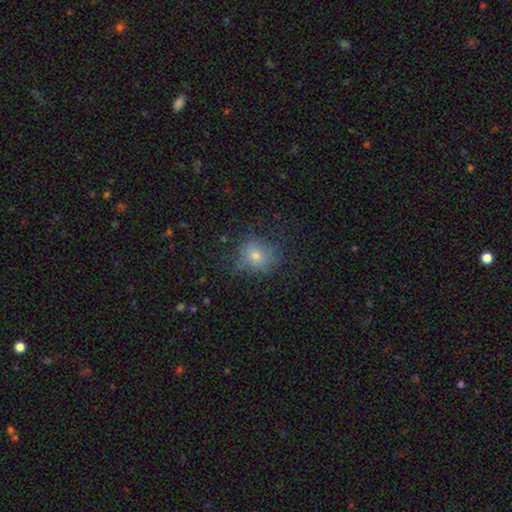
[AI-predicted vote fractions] smooth-or-featured: smooth: 70% | star or artifact: 16% | featured or disk: 14%
  how-rounded: round: 73% | in between: 26% | cigar-shaped: 1%
  merging: none: 69% | minor disturbance: 20% | major disturbance: 9% | merger: 2%